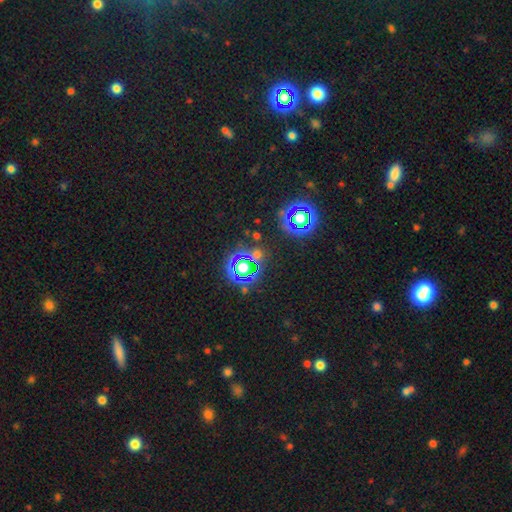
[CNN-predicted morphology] Smooth or featured? Predicted: star or artifact (p=0.75).